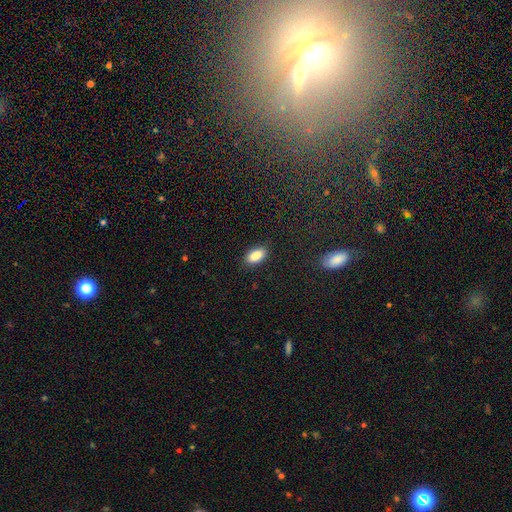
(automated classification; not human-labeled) Smooth or featured? Predicted: smooth (p=0.88). How rounded? Predicted: in between (p=0.92). Merging? Predicted: none (p=0.87).